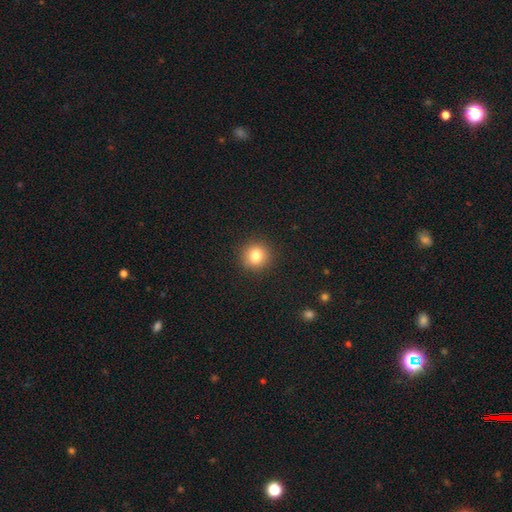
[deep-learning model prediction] Overall: smooth (82%). How rounded: round (91%). Merging: none (92%).